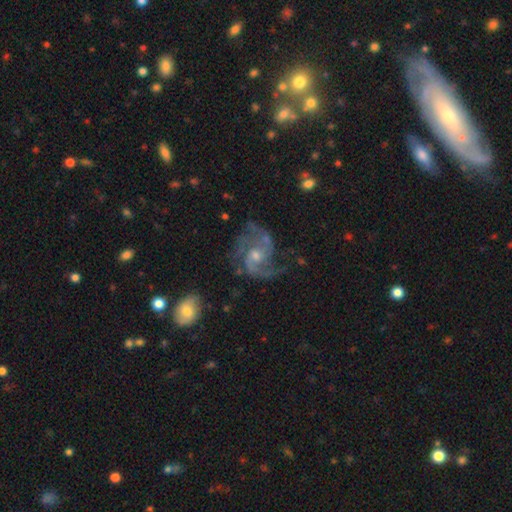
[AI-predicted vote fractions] Q: Smooth or featured?
A: featured or disk (88%); runner-up: star or artifact (7%)
Q: Edge-on disk?
A: no (98%); runner-up: yes (2%)
Q: Bar?
A: no (63%); runner-up: weak (32%)
Q: Spiral arms?
A: yes (97%); runner-up: no (3%)
Q: Spiral winding?
A: medium (55%); runner-up: loose (23%)
Q: Spiral arm count?
A: 2 (59%); runner-up: 3 (20%)
Q: Bulge size?
A: moderate (50%); runner-up: small (43%)
Q: Merging?
A: none (64%); runner-up: minor disturbance (19%)